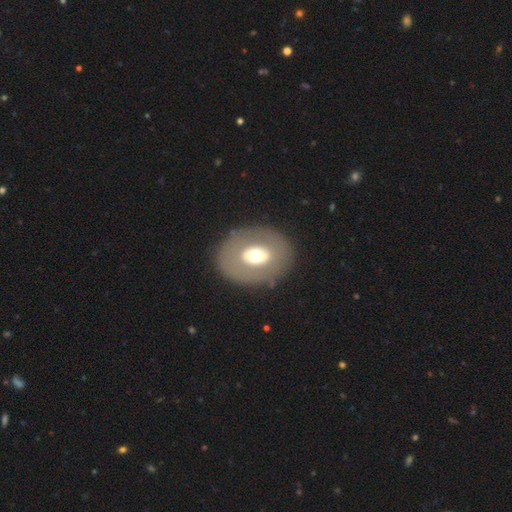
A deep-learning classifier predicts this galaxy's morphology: This is possibly a smooth galaxy (49%). Merging: clearly none (82%).